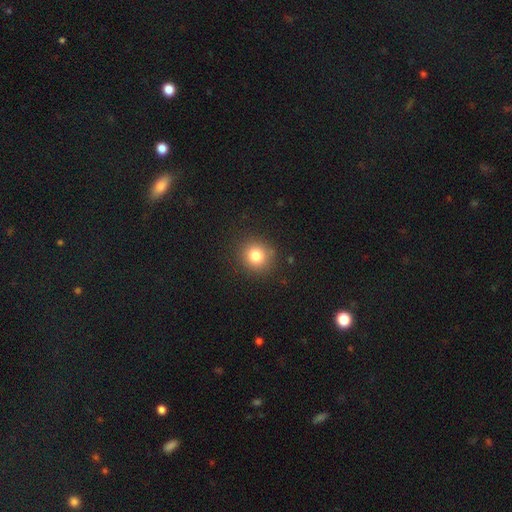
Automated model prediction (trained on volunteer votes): Smooth or featured? smooth (80%)
How rounded? round (86%)
Merging? none (88%)